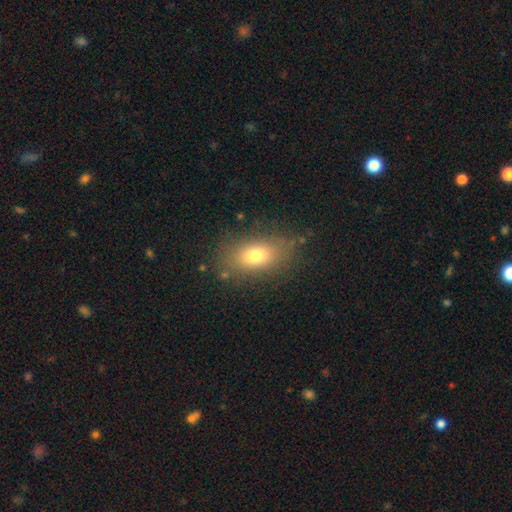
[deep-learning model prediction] A smooth galaxy with no disk features (74%) that is in between round and cigar-shaped (84%).

Vote fractions:
- Smooth or featured? smooth: 74% / featured or disk: 15% / star or artifact: 11%
- How rounded? in between: 84% / round: 12% / cigar-shaped: 4%
- Merging? none: 80% / minor disturbance: 13% / major disturbance: 5% / merger: 2%